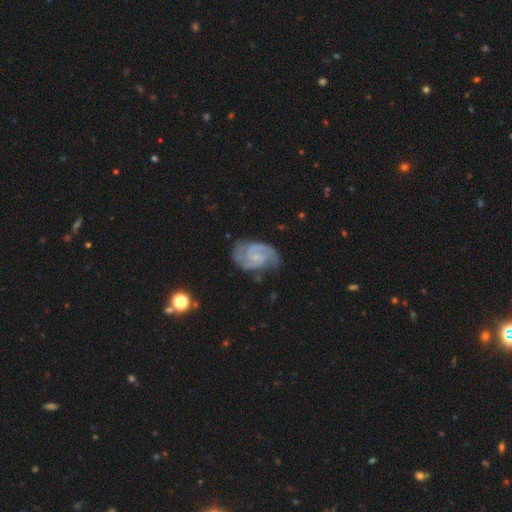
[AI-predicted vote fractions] Morphology: type=featured or disk (88%); edge-on=no (98%); bar=no (52%); spiral arms=yes (97%); winding=medium (51%); arm count=2 (77%); bulge=small (65%); merging=none (69%).